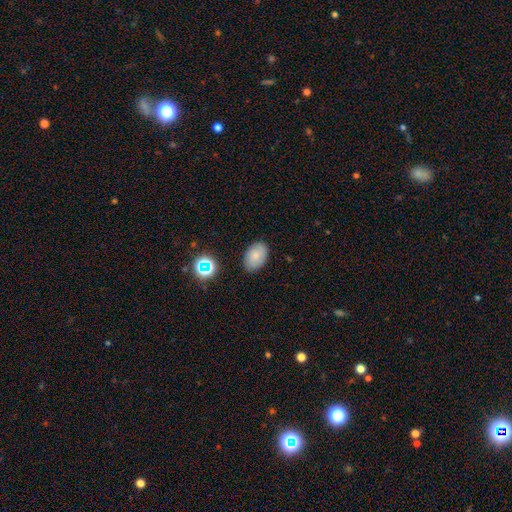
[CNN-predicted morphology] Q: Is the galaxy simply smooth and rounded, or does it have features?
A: smooth — 70%.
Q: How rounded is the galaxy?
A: in between — 85%.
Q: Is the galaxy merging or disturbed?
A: none — 83%.